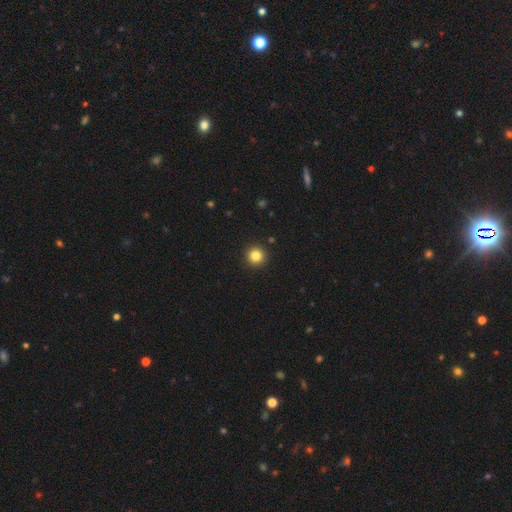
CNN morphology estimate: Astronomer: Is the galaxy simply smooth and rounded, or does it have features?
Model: smooth — 84%.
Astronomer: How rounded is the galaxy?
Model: round — 96%.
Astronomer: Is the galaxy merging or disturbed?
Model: none — 93%.